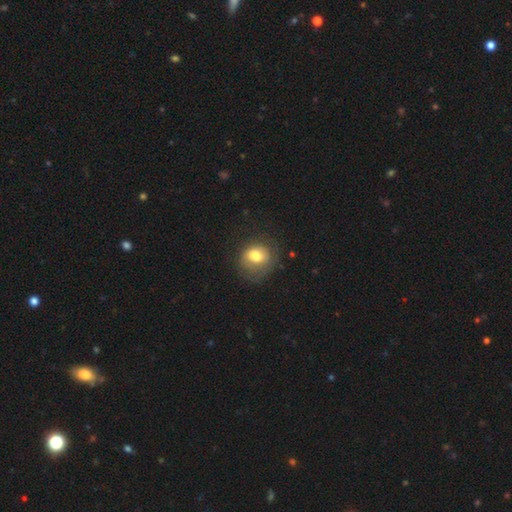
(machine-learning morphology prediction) Overall: smooth (71%). How rounded: round (61%; in between 38%). Merging: none (56%; minor disturbance 25%).